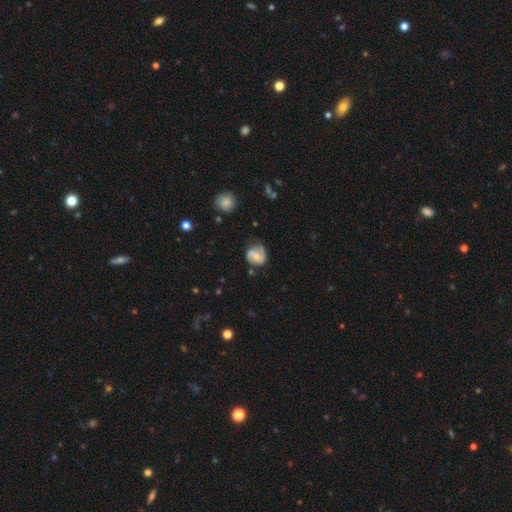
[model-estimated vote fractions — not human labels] Smooth or featured: featured or disk — 68% (smooth — 24%)
Edge-on disk: no — 98% (yes — 2%)
Bar: no — 53% (weak — 37%)
Spiral arms: yes — 89% (no — 11%)
Spiral winding: medium — 47% (tight — 30%)
Spiral arm count: 2 — 80% (can't tell — 9%)
Bulge size: moderate — 52% (small — 38%)
Merging: none — 61% (minor disturbance — 24%)